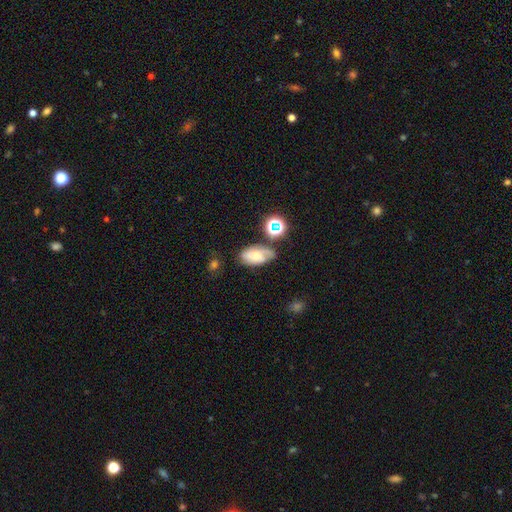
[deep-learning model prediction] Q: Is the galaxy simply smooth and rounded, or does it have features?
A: featured or disk — 50%.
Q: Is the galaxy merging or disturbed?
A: none — 55%.